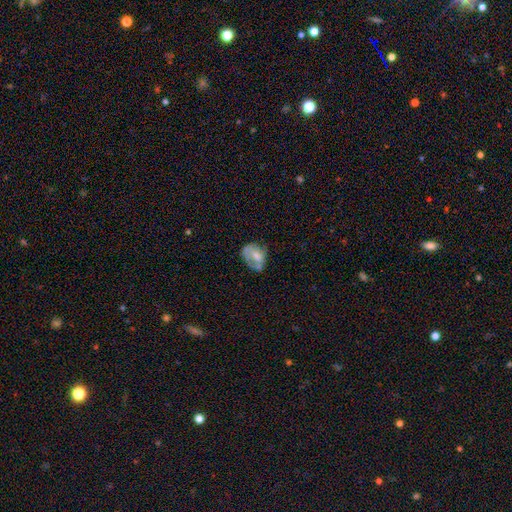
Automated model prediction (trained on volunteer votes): smooth-or-featured: smooth: 50% | featured or disk: 41% | star or artifact: 9%
  how-rounded: in between: 63% | round: 35% | cigar-shaped: 1%
  merging: none: 38% | minor disturbance: 32% | major disturbance: 24% | merger: 6%